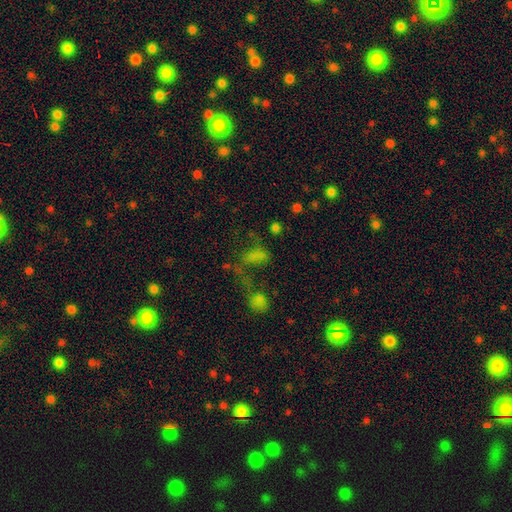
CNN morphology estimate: smooth 58%, star or artifact 29%, featured or disk 14%. Down the decision tree: how rounded — in between (76%); merging — merger (31%).